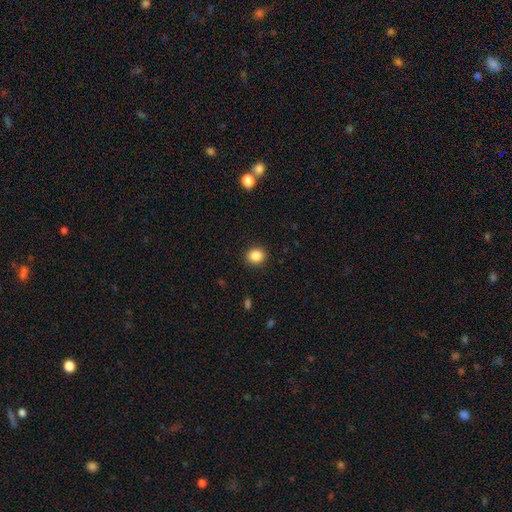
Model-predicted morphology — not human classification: Smooth or featured? smooth (87%)
How rounded? round (75%)
Merging? none (90%)